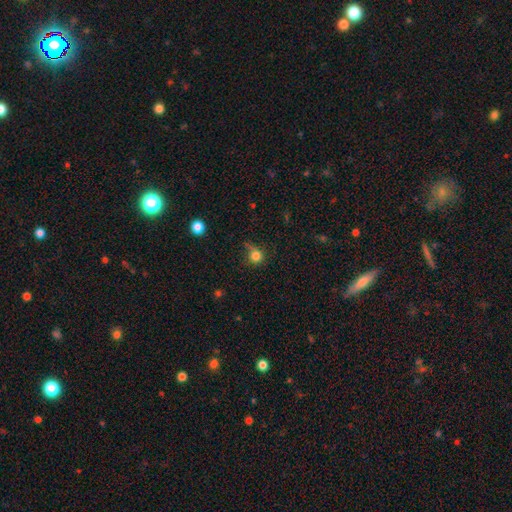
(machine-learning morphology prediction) A smooth galaxy with no disk features (80%) that is round (88%). Merging: none (60%).